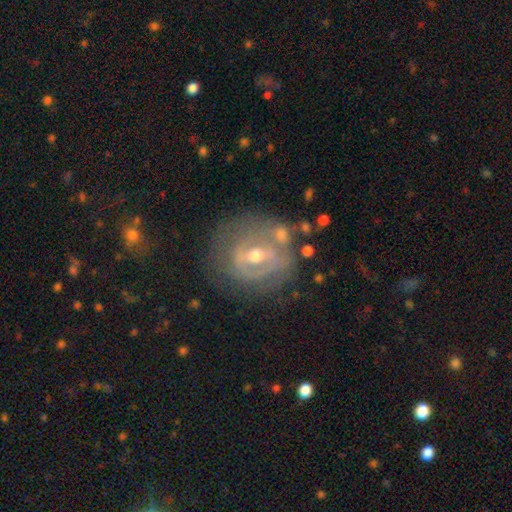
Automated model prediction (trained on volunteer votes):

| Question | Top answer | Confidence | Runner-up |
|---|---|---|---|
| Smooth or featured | featured or disk | 77% | smooth (16%) |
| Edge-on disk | no | 95% | yes (5%) |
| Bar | weak | 44% | strong (35%) |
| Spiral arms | yes | 57% | no (43%) |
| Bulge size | moderate | 68% | small (27%) |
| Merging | none | 60% | minor disturbance (21%) |